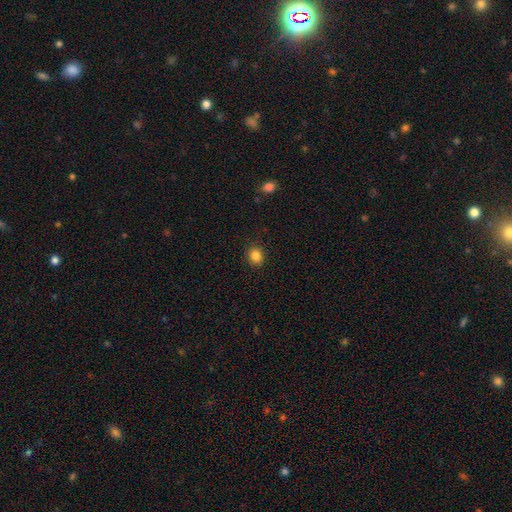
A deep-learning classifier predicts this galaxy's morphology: A smooth galaxy with no disk features (85%) that is round (70%).

Vote fractions:
- Smooth or featured? smooth: 85% / star or artifact: 11% / featured or disk: 4%
- How rounded? round: 70% / in between: 29% / cigar-shaped: 1%
- Merging? none: 89% / minor disturbance: 8% / major disturbance: 2% / merger: 1%